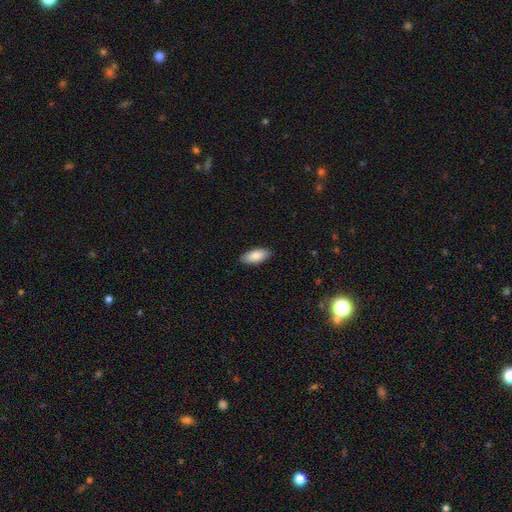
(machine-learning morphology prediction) Smooth or featured? smooth (87%)
How rounded? in between (90%)
Merging? none (89%)